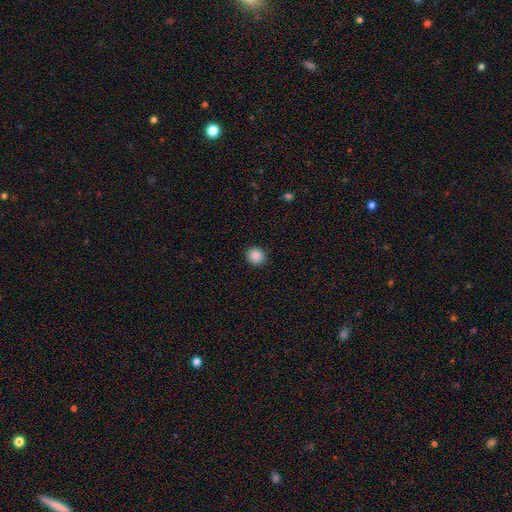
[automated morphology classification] This is clearly a smooth galaxy (88%). How rounded: clearly round (84%). Merging: clearly none (92%).